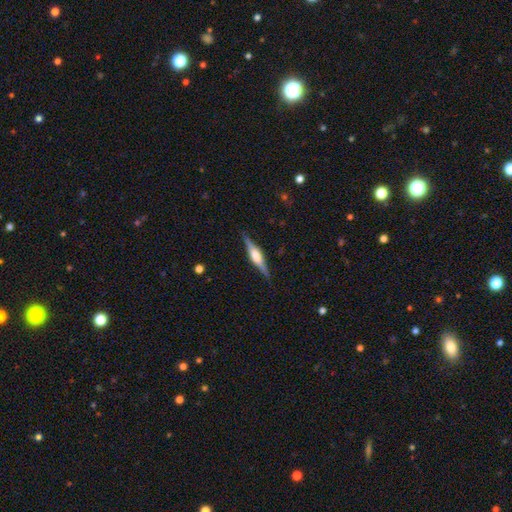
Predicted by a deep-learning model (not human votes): The model was most divided on "edge-on bulge": rounded: 75%, boxy: 22%, none: 4%. More confident: edge-on disk — yes (98%); merging — none (89%); smooth or featured — featured or disk (75%).